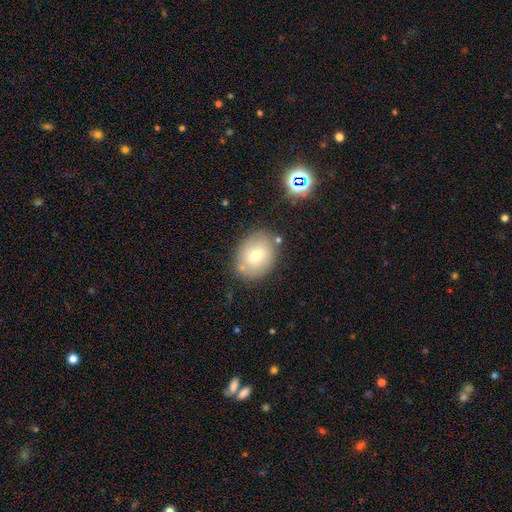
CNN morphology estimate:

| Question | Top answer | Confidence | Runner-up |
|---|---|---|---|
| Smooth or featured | smooth | 69% | featured or disk (22%) |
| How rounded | in between | 61% | round (38%) |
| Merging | none | 78% | minor disturbance (13%) |